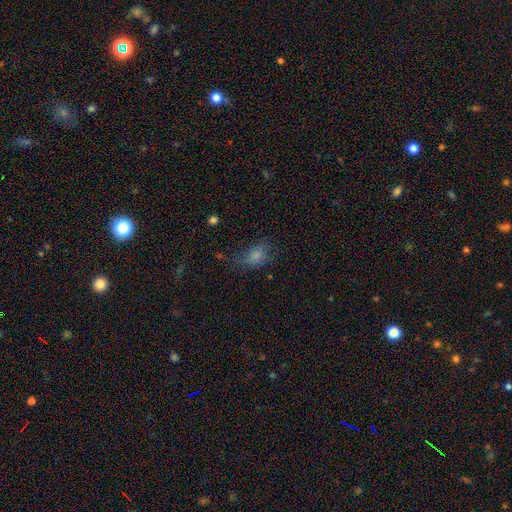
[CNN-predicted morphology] Smooth or featured?
  - smooth: 71% *
  - featured or disk: 15%
  - star or artifact: 14%
How rounded?
  - in between: 71% *
  - round: 27%
  - cigar-shaped: 2%
Merging?
  - none: 47% *
  - minor disturbance: 27%
  - major disturbance: 23%
  - merger: 2%